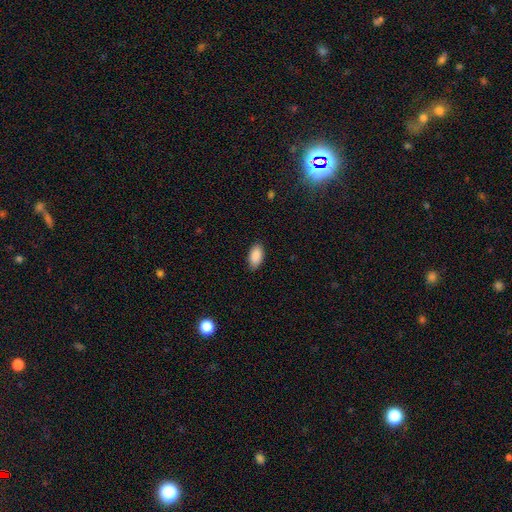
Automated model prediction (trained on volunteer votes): Q: Smooth or featured?
A: smooth (90%); runner-up: star or artifact (7%)
Q: How rounded?
A: in between (94%); runner-up: cigar-shaped (3%)
Q: Merging?
A: none (87%); runner-up: minor disturbance (10%)